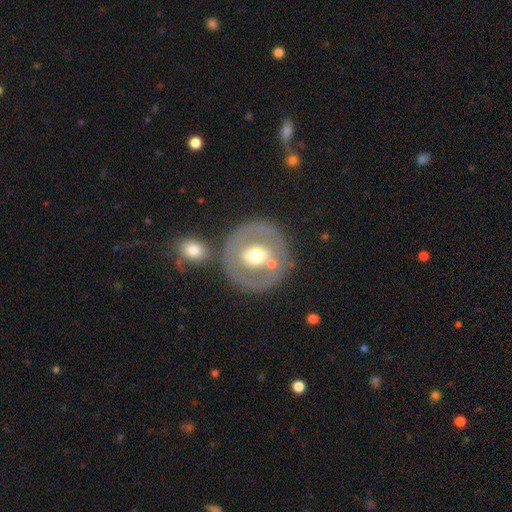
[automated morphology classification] featured or disk 50%, smooth 43%, star or artifact 7%. Down the decision tree: edge-on disk — no (93%); merging — none (72%).